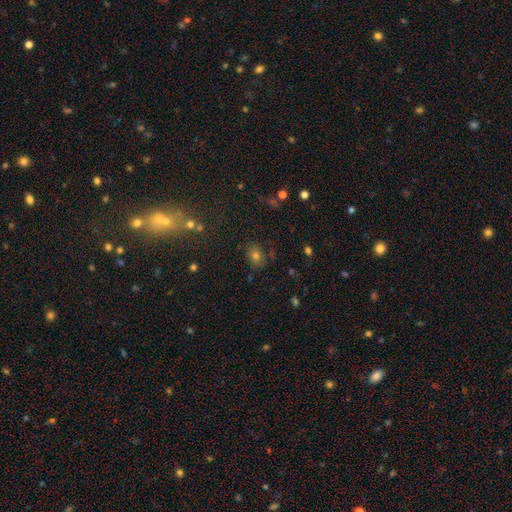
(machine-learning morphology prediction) smooth_or_featured: smooth (p=0.63) [alt: star or artifact p=0.24]
how_rounded: round (p=0.57) [alt: in between p=0.42]
merging: none (p=0.78) [alt: minor disturbance p=0.14]